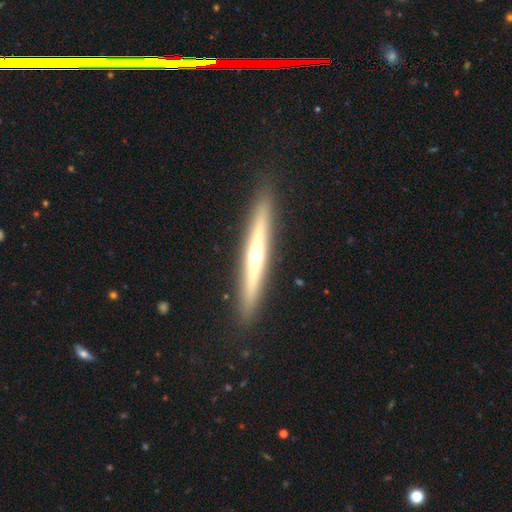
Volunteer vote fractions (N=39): Morphology: type=featured or disk (67%); edge-on=yes (96%); edge-on bulge=rounded (96%); merging=none (97%).